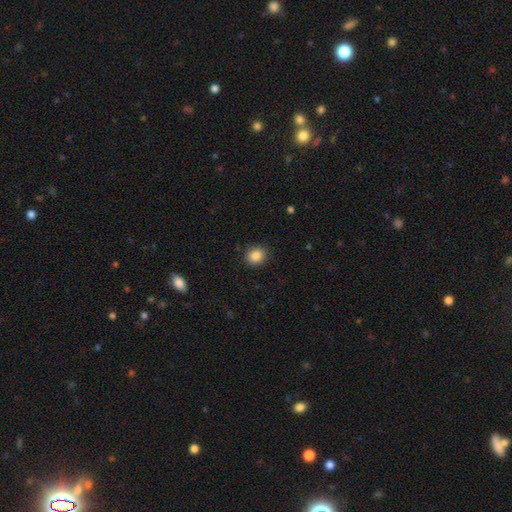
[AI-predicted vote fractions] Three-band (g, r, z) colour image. It shows a smooth galaxy with no disk features (86%) that is round (68%). Merging: none (88%).